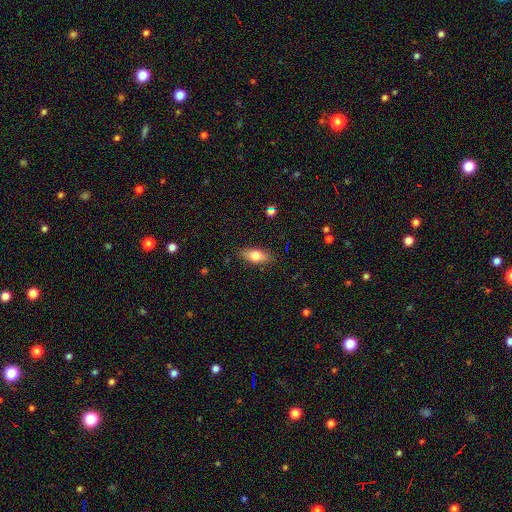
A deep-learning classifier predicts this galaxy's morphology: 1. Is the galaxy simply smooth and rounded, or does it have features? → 69% smooth, 23% featured or disk, 8% star or artifact.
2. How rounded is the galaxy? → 78% in between, 17% cigar-shaped, 5% round.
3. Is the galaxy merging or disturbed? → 86% none, 11% minor disturbance, 2% major disturbance, 1% merger.